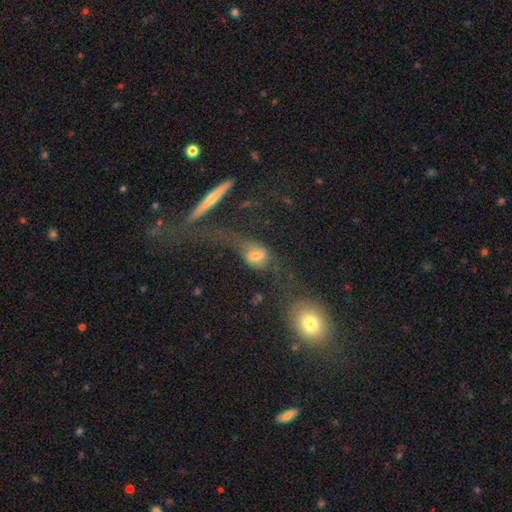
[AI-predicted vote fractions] Q: Smooth or featured?
A: smooth (49%); runner-up: featured or disk (34%)
Q: Merging?
A: none (32%); runner-up: major disturbance (31%)